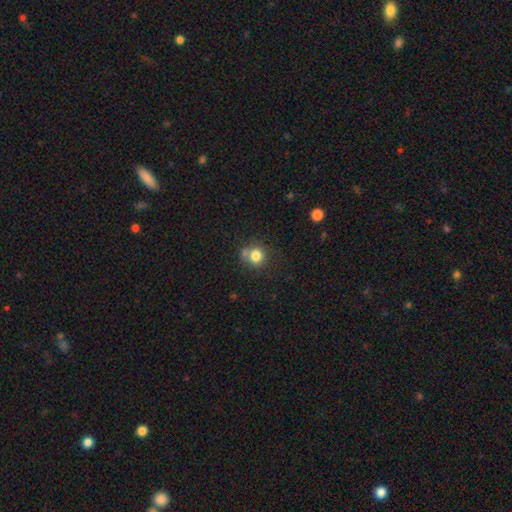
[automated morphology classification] A smooth galaxy with no disk features (80%) that is round (85%).

Vote fractions:
- Smooth or featured? smooth: 80% / star or artifact: 12% / featured or disk: 8%
- How rounded? round: 85% / in between: 14% / cigar-shaped: 1%
- Merging? none: 63% / merger: 19% / minor disturbance: 13% / major disturbance: 5%